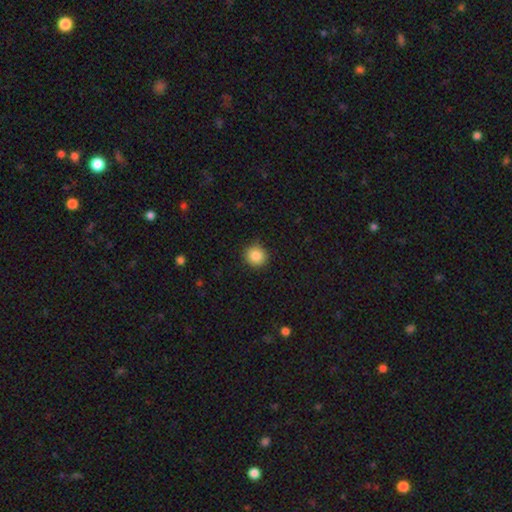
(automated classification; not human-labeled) This is clearly a smooth galaxy (87%). How rounded: clearly round (91%). Merging: clearly none (88%).